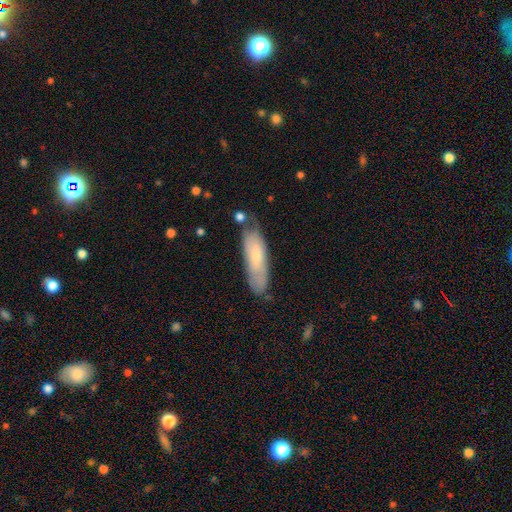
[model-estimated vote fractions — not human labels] This appears to be a smooth galaxy with no disk features (63%) that is cigar-shaped (52%). Merging: none (63%).